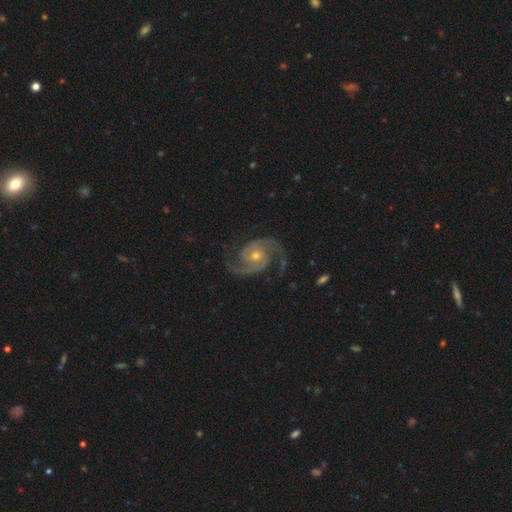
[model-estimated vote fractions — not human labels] A featured or disk galaxy (93%) with no bar (66%), 2 (93%) medium (58%) spiral arms (99%) and a moderate central bulge (53%).

Vote fractions:
- Smooth or featured? featured or disk: 93% / star or artifact: 4% / smooth: 3%
- Edge-on disk? no: 98% / yes: 2%
- Bar? no: 66% / weak: 27% / strong: 7%
- Spiral arms? yes: 99% / no: 1%
- Spiral winding? medium: 58% / tight: 31% / loose: 12%
- Spiral arm count? 2: 93% / 3: 2% / can't tell: 2% / 1: 1% / 4: 1% / more than 4: 1%
- Bulge size? moderate: 53% / small: 42% / large: 2% / none: 1% / dominant: 1%
- Merging? none: 81% / minor disturbance: 13% / major disturbance: 5% / merger: 1%